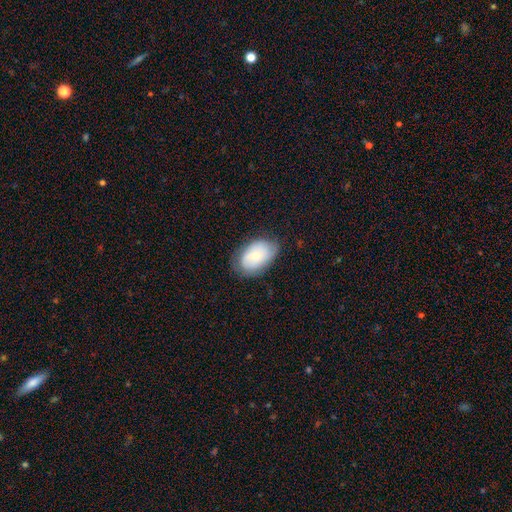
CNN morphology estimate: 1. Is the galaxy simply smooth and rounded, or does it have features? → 65% smooth, 28% featured or disk, 7% star or artifact.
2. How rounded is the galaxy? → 88% in between, 11% round, 1% cigar-shaped.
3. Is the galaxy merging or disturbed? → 69% none, 24% minor disturbance, 6% major disturbance, 1% merger.